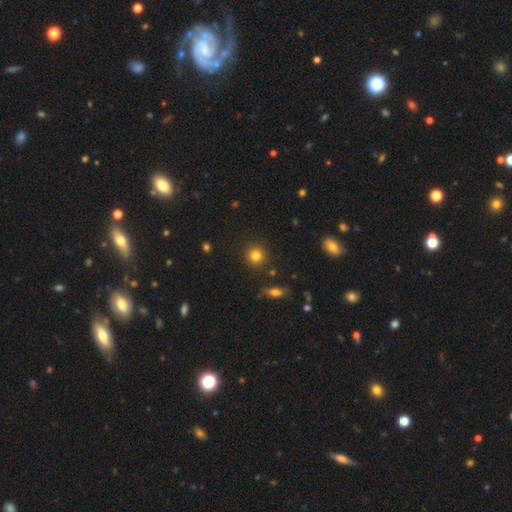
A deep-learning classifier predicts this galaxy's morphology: Q: Smooth or featured?
A: smooth (82%); runner-up: star or artifact (12%)
Q: How rounded?
A: round (93%); runner-up: in between (6%)
Q: Merging?
A: none (89%); runner-up: minor disturbance (6%)